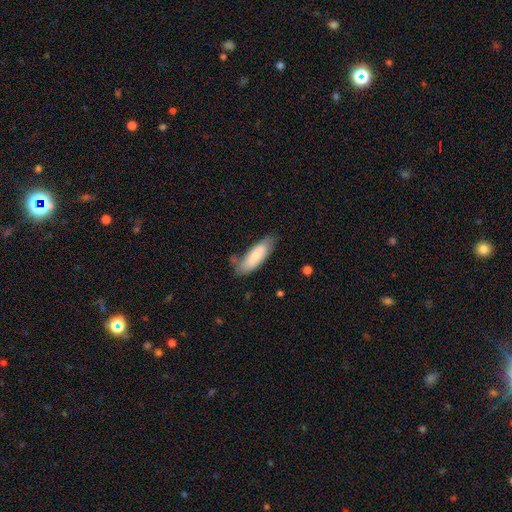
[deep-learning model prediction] The model was most divided on "how rounded": in between: 62%, cigar-shaped: 36%, round: 2%. More confident: smooth or featured — smooth (73%); merging — none (59%).